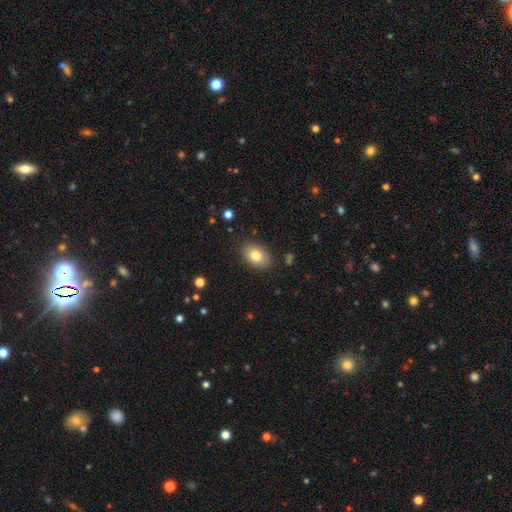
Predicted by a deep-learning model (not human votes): A smooth galaxy with no disk features (79%) that is in between round and cigar-shaped (83%). Merging: none (86%).